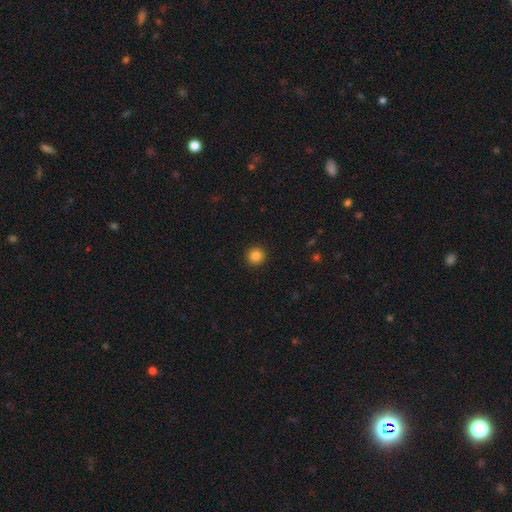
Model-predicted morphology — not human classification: smooth_or_featured: smooth (p=0.85) [alt: star or artifact p=0.11]
how_rounded: round (p=0.95) [alt: in between p=0.04]
merging: none (p=0.93) [alt: minor disturbance p=0.04]